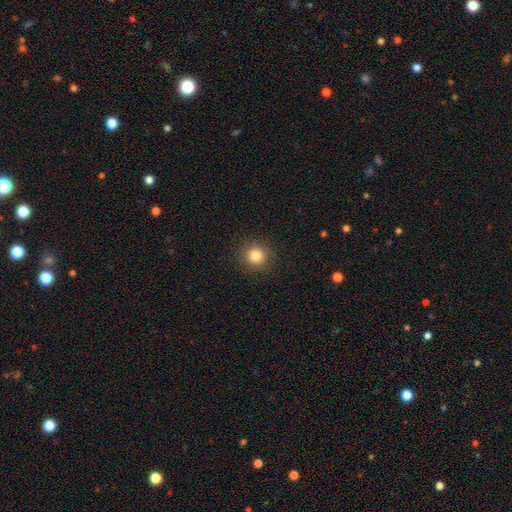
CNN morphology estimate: smooth 83%, star or artifact 12%, featured or disk 5%. Down the decision tree: how rounded — round (94%); merging — none (91%).